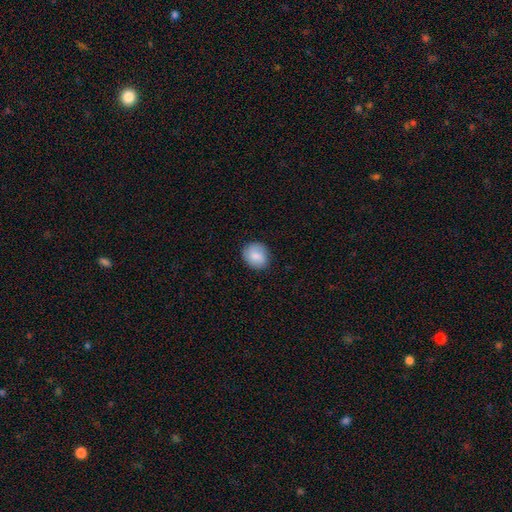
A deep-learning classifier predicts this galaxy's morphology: A smooth galaxy with no disk features (83%) that is round (73%). Merging: none (83%).